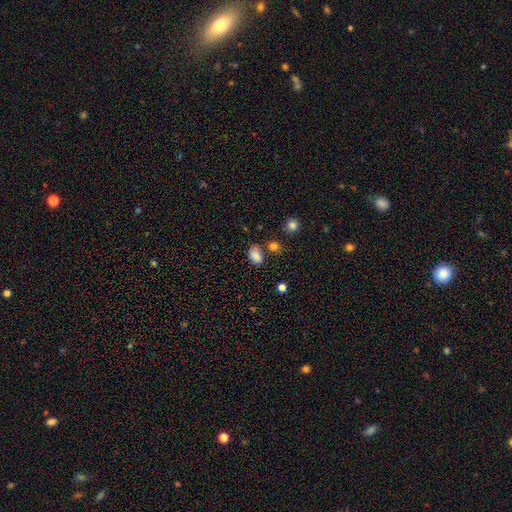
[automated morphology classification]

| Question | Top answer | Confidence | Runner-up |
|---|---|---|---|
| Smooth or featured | smooth | 83% | star or artifact (11%) |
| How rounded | in between | 82% | round (17%) |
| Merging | none | 65% | minor disturbance (21%) |